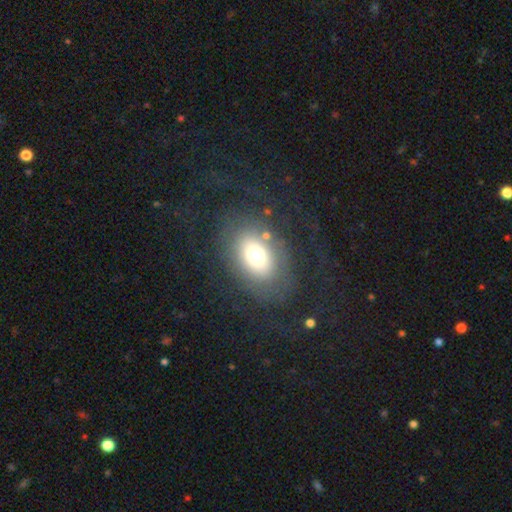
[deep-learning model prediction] smooth-or-featured: smooth: 59% | featured or disk: 26% | star or artifact: 15%
  how-rounded: in between: 62% | round: 36% | cigar-shaped: 1%
  merging: none: 71% | minor disturbance: 13% | major disturbance: 13% | merger: 3%